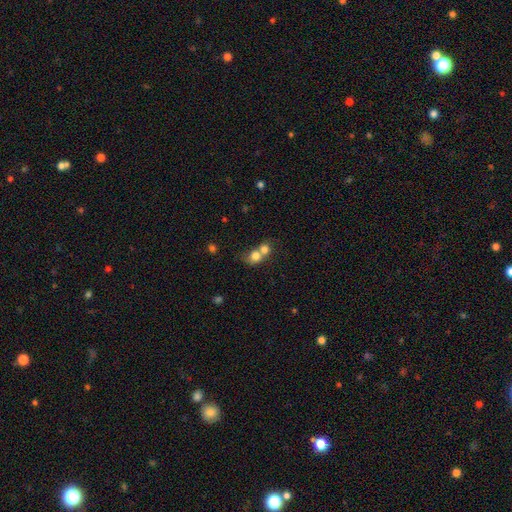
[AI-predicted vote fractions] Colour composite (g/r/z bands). It shows a smooth galaxy with no disk features (75%) that is round (69%). Merging: merger (67%).